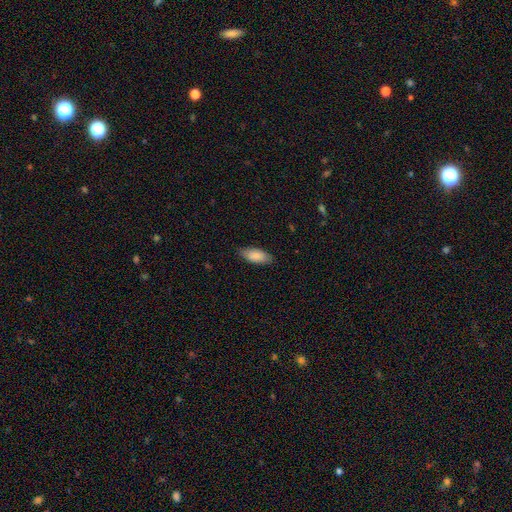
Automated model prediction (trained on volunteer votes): smooth-or-featured: smooth: 86% | featured or disk: 8% | star or artifact: 6%
  how-rounded: in between: 85% | cigar-shaped: 13% | round: 2%
  merging: none: 84% | minor disturbance: 13% | major disturbance: 2% | merger: 1%